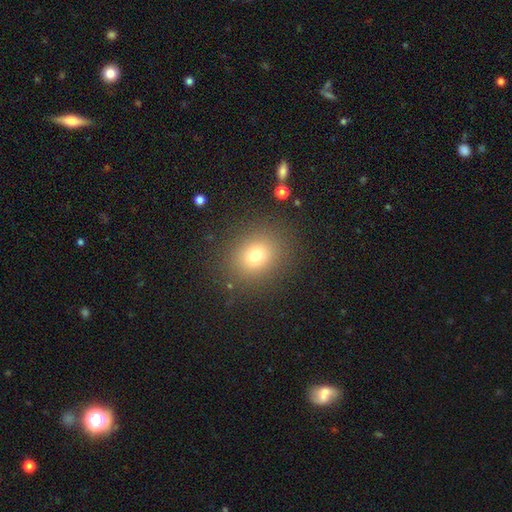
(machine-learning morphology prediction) type=smooth (74%); roundness=round (69%); merging=none (86%).